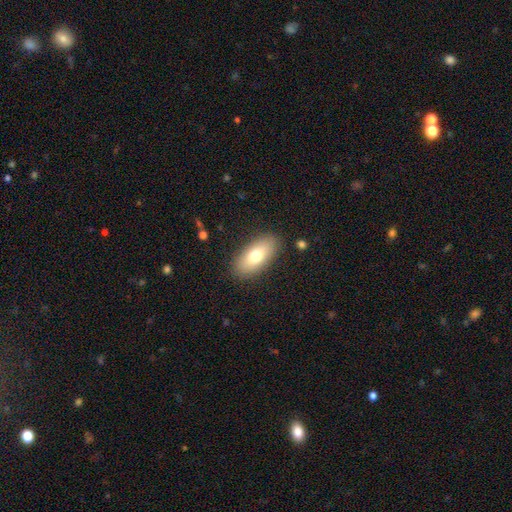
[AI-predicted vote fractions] Morphology: type=smooth (73%); roundness=in between (88%); merging=none (87%).